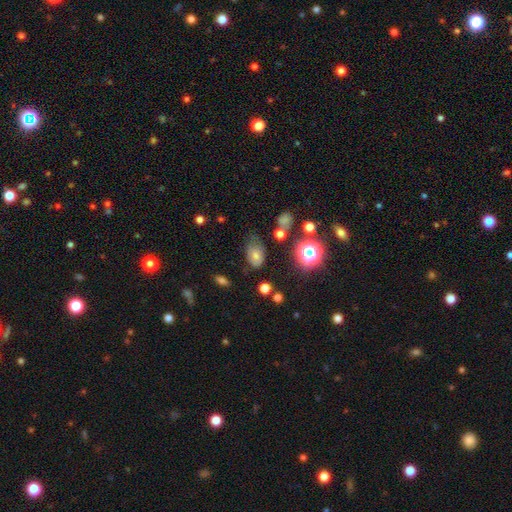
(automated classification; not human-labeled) A smooth galaxy with no disk features (68%) that is in between round and cigar-shaped (83%). Merging: none (51%).